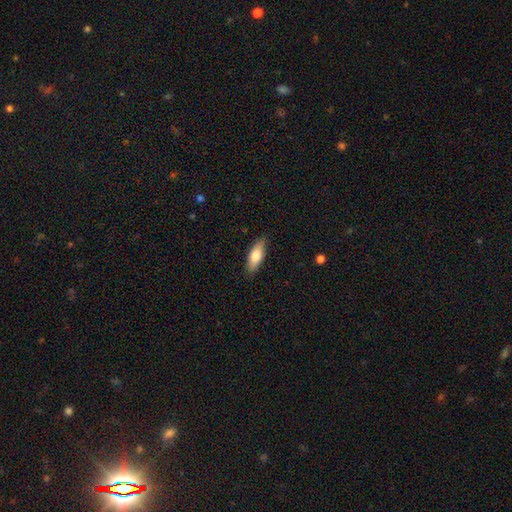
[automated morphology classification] Smooth or featured? Predicted: smooth (p=0.75). How rounded? Predicted: in between (p=0.66). Merging? Predicted: none (p=0.86).